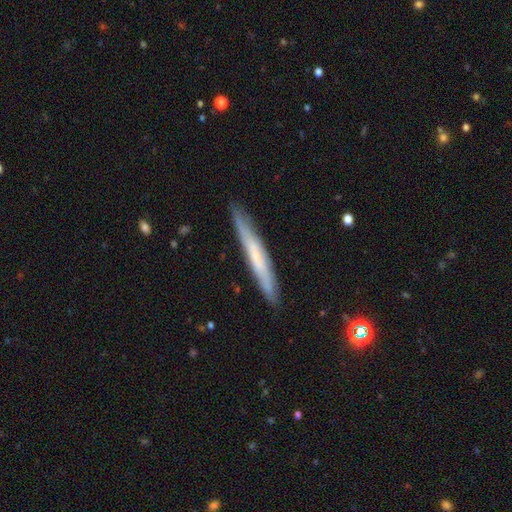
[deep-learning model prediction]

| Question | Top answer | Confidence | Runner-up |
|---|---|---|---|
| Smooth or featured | featured or disk | 49% | smooth (45%) |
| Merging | none | 87% | minor disturbance (10%) |